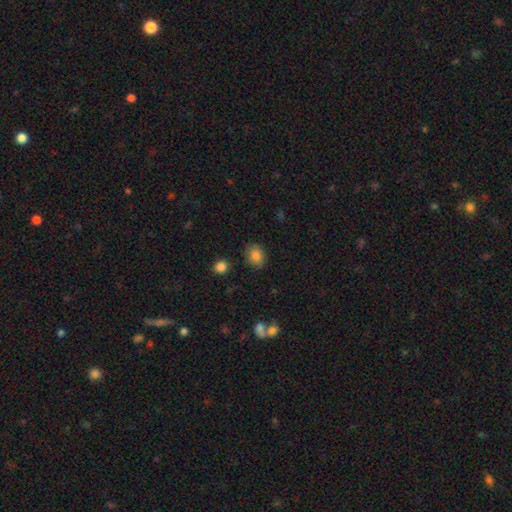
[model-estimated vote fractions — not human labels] smooth-or-featured: smooth: 84% | star or artifact: 9% | featured or disk: 7%
  how-rounded: in between: 58% | round: 41% | cigar-shaped: 1%
  merging: none: 83% | minor disturbance: 12% | major disturbance: 3% | merger: 2%